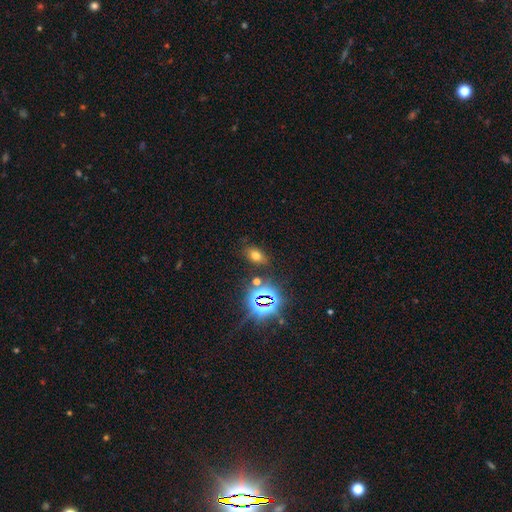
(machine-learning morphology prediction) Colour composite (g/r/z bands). It shows a smooth galaxy with no disk features (60%) that is in between round and cigar-shaped (80%). Merging: none (82%).